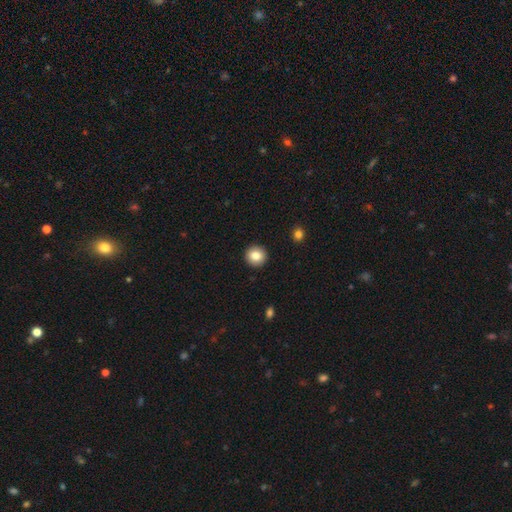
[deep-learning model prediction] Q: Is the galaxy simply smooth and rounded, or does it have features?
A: smooth — 84%.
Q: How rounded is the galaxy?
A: round — 94%.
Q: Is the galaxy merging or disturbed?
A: none — 93%.